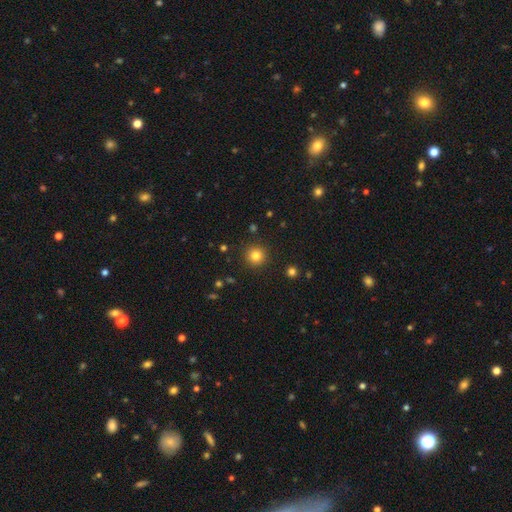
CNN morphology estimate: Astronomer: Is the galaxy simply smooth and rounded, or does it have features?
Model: smooth — 82%.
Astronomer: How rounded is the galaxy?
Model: round — 95%.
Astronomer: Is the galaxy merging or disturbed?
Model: none — 91%.